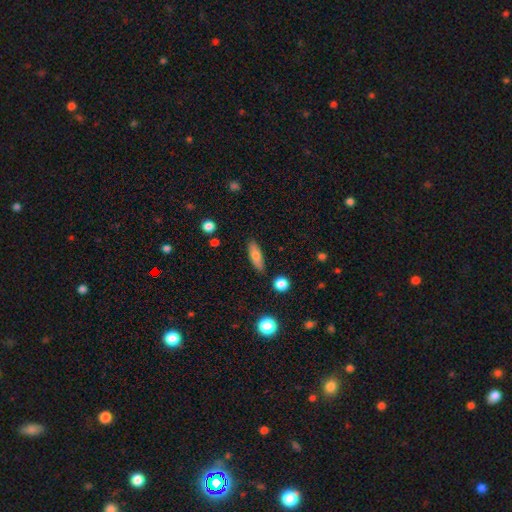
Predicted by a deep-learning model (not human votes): smooth-or-featured: smooth: 76% | featured or disk: 17% | star or artifact: 7%
  how-rounded: in between: 50% | cigar-shaped: 47% | round: 3%
  merging: none: 85% | minor disturbance: 10% | major disturbance: 2% | merger: 2%